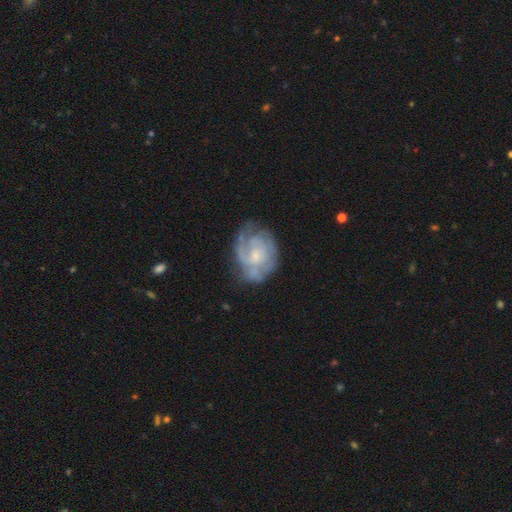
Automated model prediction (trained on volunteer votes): This is likely a featured or disk galaxy (78%). It is clearly not viewed edge-on (97%). Bar: likely no (67%). Spiral arm pattern: clearly yes (88%). Spiral arm count: marginally can't tell (34%). Spiral winding: possibly tight (53%). Central bulge: likely small (64%). Merging: possibly none (56%).